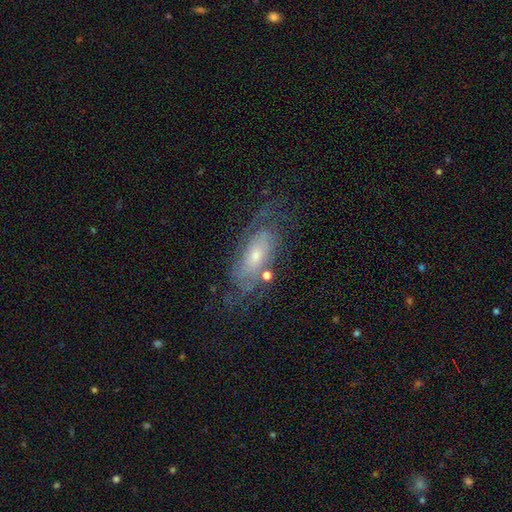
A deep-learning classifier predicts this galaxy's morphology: A featured or disk galaxy (74%) with no bar (66%), tight (54%) spiral arms (85%) and a small central bulge (49%).

Vote fractions:
- Smooth or featured? featured or disk: 74% / smooth: 18% / star or artifact: 8%
- Edge-on disk? no: 89% / yes: 11%
- Bar? no: 66% / weak: 27% / strong: 7%
- Spiral arms? yes: 85% / no: 15%
- Spiral winding? tight: 54% / medium: 33% / loose: 13%
- Spiral arm count? can't tell: 50% / 2: 27% / 3: 9% / 4: 5% / 1: 5% / more than 4: 4%
- Bulge size? small: 49% / moderate: 43% / large: 4% / none: 2% / dominant: 1%
- Merging? none: 63% / minor disturbance: 19% / major disturbance: 14% / merger: 3%